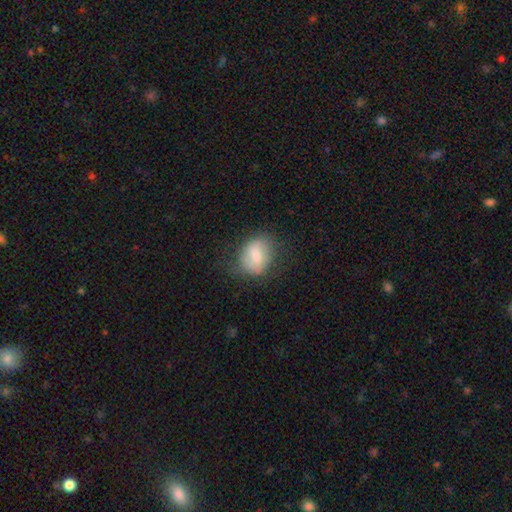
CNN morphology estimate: The model was most divided on "how rounded": in between: 57%, round: 41%, cigar-shaped: 2%. More confident: smooth or featured — smooth (66%); merging — none (63%).